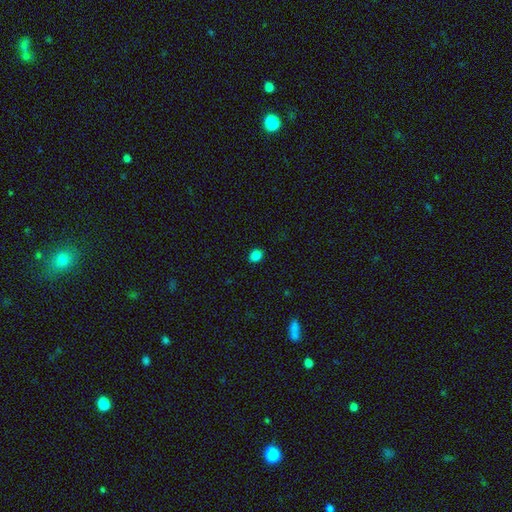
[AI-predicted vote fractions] This is clearly a smooth galaxy (84%). How rounded: possibly in between (56%). Merging: clearly none (89%).